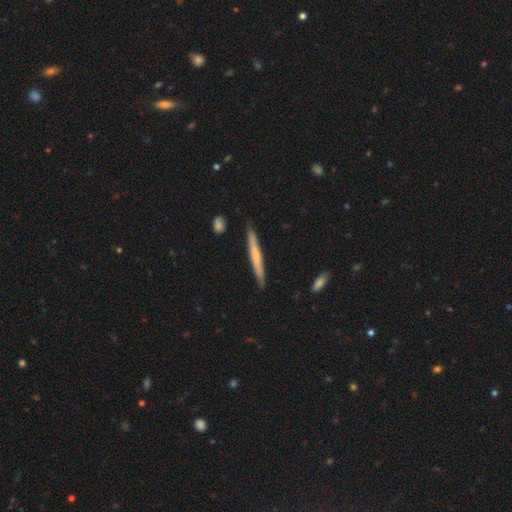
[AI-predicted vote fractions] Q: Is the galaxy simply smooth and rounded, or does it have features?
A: smooth — 53%.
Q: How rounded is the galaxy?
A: cigar-shaped — 97%.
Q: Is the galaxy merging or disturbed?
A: none — 89%.